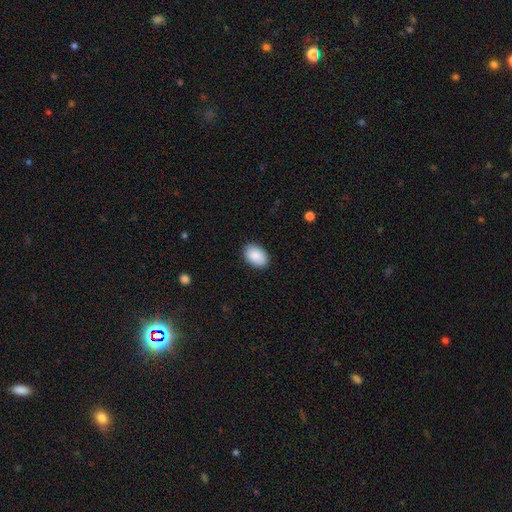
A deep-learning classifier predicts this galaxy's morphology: A smooth galaxy with no disk features (89%) that is in between round and cigar-shaped (89%).

Vote fractions:
- Smooth or featured? smooth: 89% / star or artifact: 6% / featured or disk: 5%
- How rounded? in between: 89% / round: 10% / cigar-shaped: 1%
- Merging? none: 88% / minor disturbance: 9% / major disturbance: 2% / merger: 1%